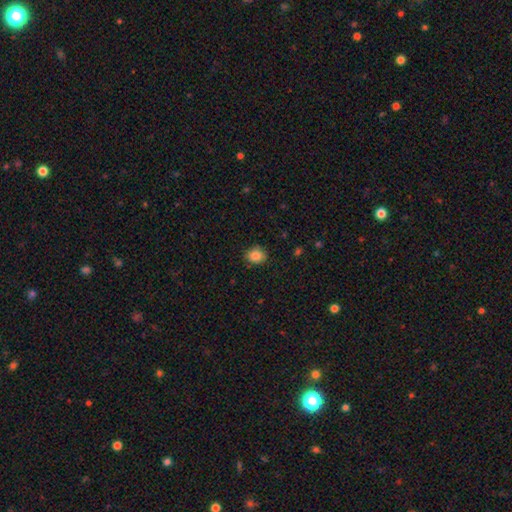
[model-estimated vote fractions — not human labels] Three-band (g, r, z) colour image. It shows a smooth galaxy with no disk features (86%) that is round (60%). Merging: none (87%).